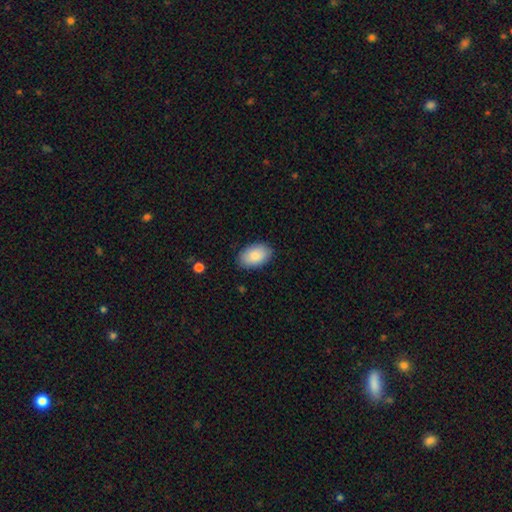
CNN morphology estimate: Overall: smooth (87%). How rounded: in between (93%). Merging: none (87%).